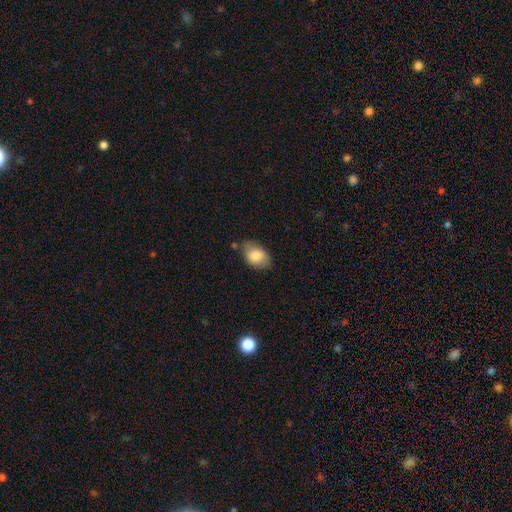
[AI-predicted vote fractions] smooth 80%, featured or disk 13%, star or artifact 7%. Down the decision tree: how rounded — in between (88%); merging — none (71%).